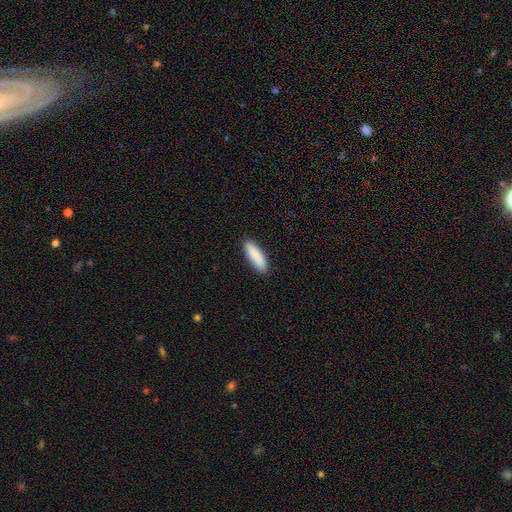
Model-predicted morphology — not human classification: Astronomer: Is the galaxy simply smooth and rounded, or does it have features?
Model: smooth — 90%.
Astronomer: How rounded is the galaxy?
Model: cigar-shaped — 51% (runner-up: in between, 47%).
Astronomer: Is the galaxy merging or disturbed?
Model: none — 90%.